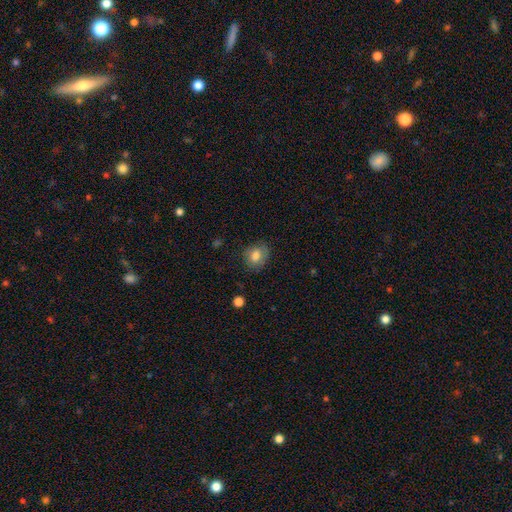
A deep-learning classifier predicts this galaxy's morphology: Smooth or featured? smooth (78%)
How rounded? round (52%)
Merging? none (74%)